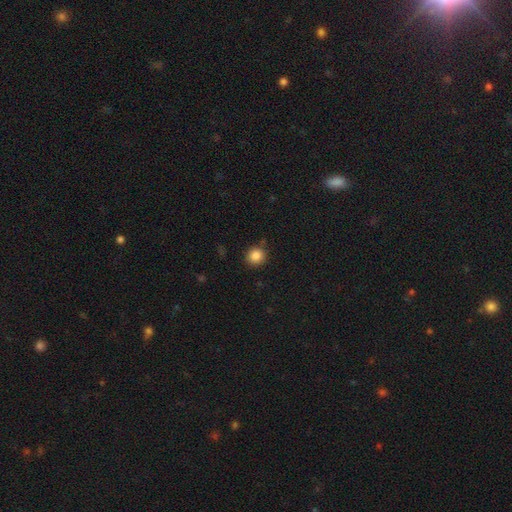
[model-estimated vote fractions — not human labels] Smooth or featured?
  - smooth: 86% *
  - star or artifact: 10%
  - featured or disk: 4%
How rounded?
  - round: 92% *
  - in between: 7%
  - cigar-shaped: 1%
Merging?
  - none: 87% *
  - minor disturbance: 8%
  - merger: 2%
  - major disturbance: 2%